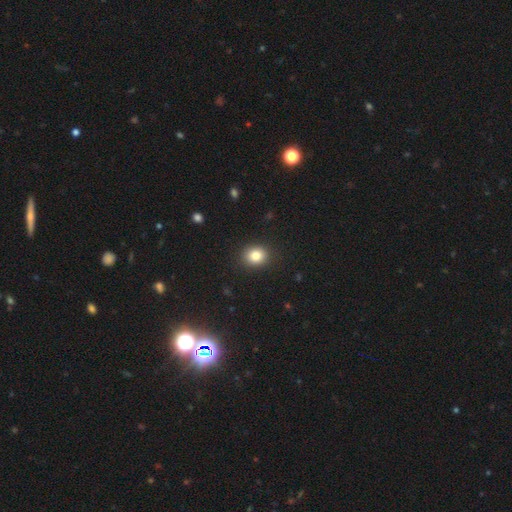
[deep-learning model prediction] Smooth or featured?
  - smooth: 84% *
  - star or artifact: 10%
  - featured or disk: 6%
How rounded?
  - round: 67% *
  - in between: 32%
  - cigar-shaped: 1%
Merging?
  - none: 89% *
  - minor disturbance: 7%
  - major disturbance: 2%
  - merger: 1%